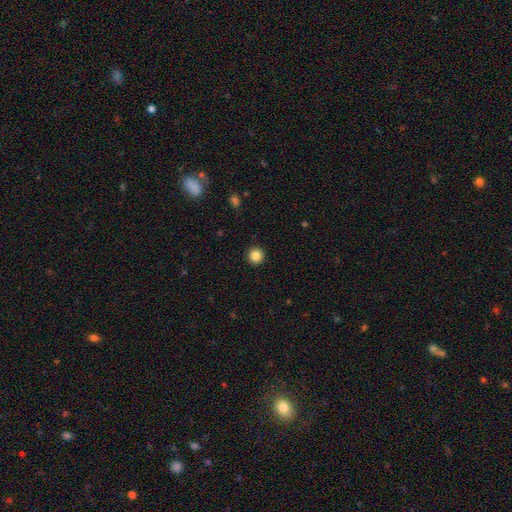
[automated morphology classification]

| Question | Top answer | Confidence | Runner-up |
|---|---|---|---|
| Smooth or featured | smooth | 85% | star or artifact (11%) |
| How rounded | round | 95% | in between (4%) |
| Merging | none | 93% | minor disturbance (5%) |